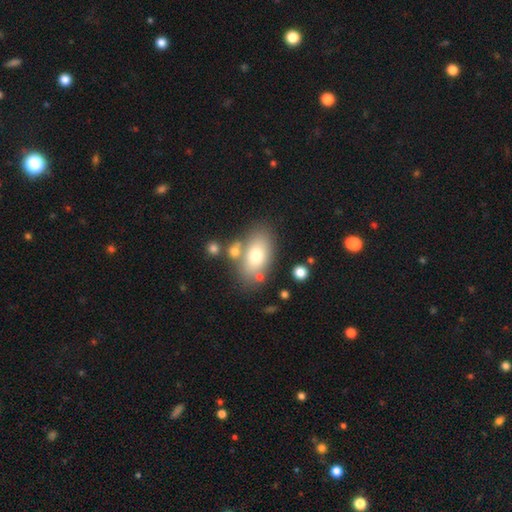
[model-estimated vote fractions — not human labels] Smooth or featured?
  - smooth: 71% *
  - featured or disk: 20%
  - star or artifact: 9%
How rounded?
  - in between: 89% *
  - round: 9%
  - cigar-shaped: 2%
Merging?
  - none: 66% *
  - minor disturbance: 15%
  - merger: 14%
  - major disturbance: 5%